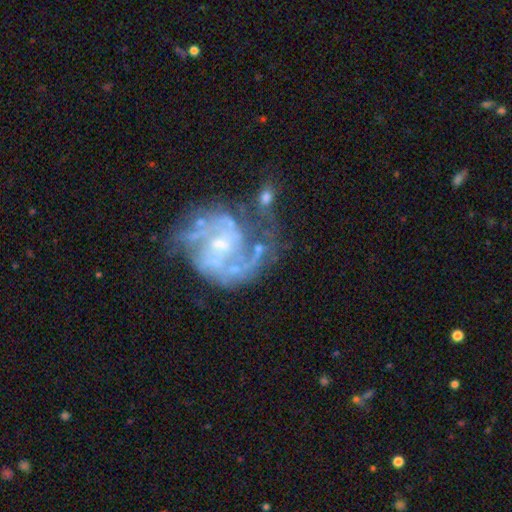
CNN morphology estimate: The model was most divided on "bar": no: 48%, weak: 42%, strong: 10%. Remaining: edge-on disk — no (98%); spiral arms — yes (91%); smooth or featured — featured or disk (86%); spiral arm count — 2 (62%); bulge size — small (56%); merging — none (50%); spiral winding — medium (50%).